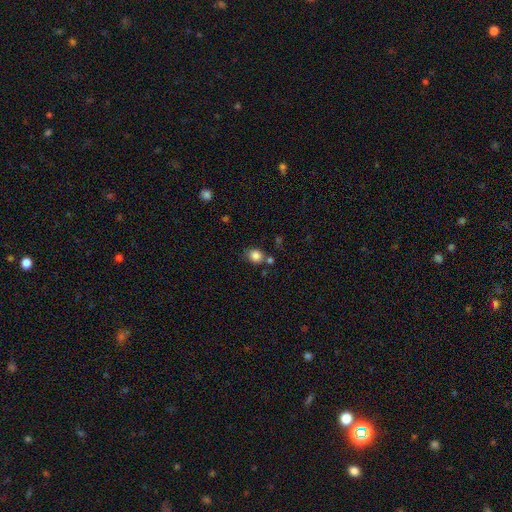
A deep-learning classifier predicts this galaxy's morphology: Smooth or featured? Predicted: smooth (p=0.84). How rounded? Predicted: round (p=0.70). Merging? Predicted: none (p=0.67).